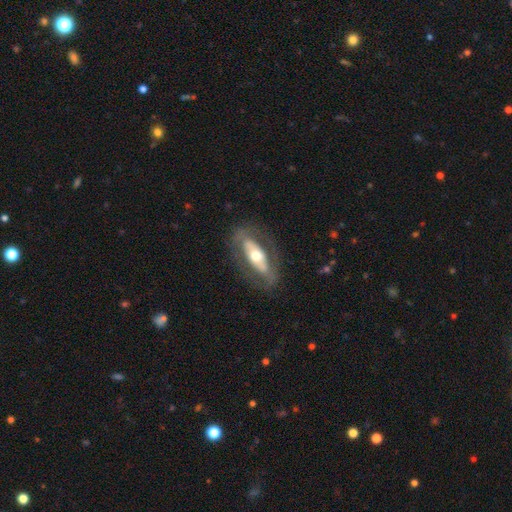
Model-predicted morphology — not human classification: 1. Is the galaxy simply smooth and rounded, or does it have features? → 61% featured or disk, 34% smooth, 5% star or artifact.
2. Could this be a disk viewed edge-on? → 75% no, 25% yes.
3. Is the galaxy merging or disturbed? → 77% none, 13% minor disturbance, 9% major disturbance, 1% merger.